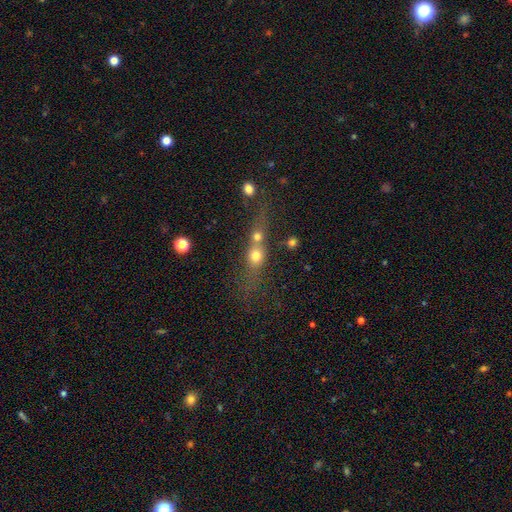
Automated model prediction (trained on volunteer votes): smooth_or_featured: smooth (p=0.61) [alt: featured or disk p=0.23]
how_rounded: round (p=0.53) [alt: in between p=0.28]
merging: merger (p=0.53) [alt: none p=0.30]